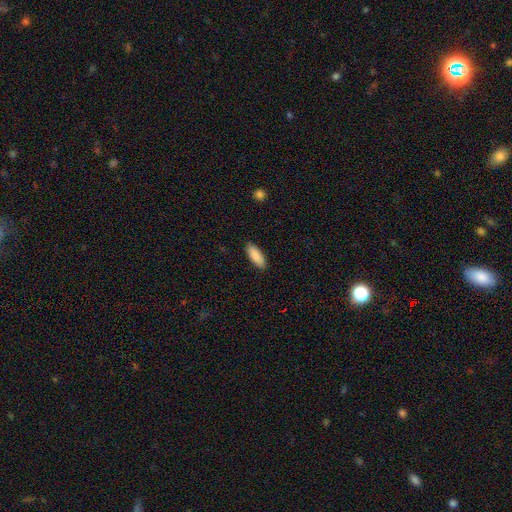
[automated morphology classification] smooth-or-featured: smooth: 90% | star or artifact: 6% | featured or disk: 5%
  how-rounded: in between: 73% | cigar-shaped: 25% | round: 2%
  merging: none: 89% | minor disturbance: 8% | major disturbance: 2% | merger: 1%